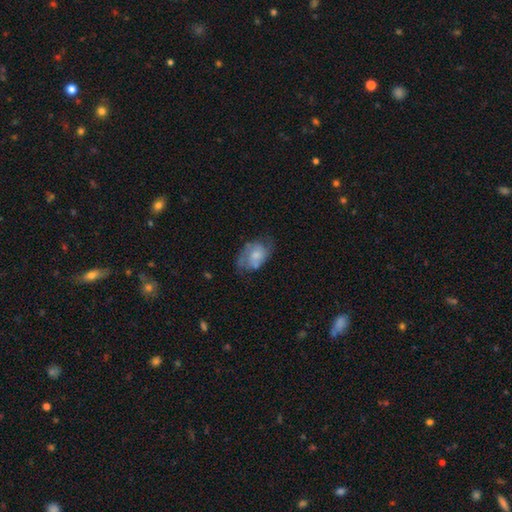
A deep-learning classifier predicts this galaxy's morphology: This appears to be a smooth galaxy with no disk features (51%) that is in between round and cigar-shaped (80%). Merging: none (44%).